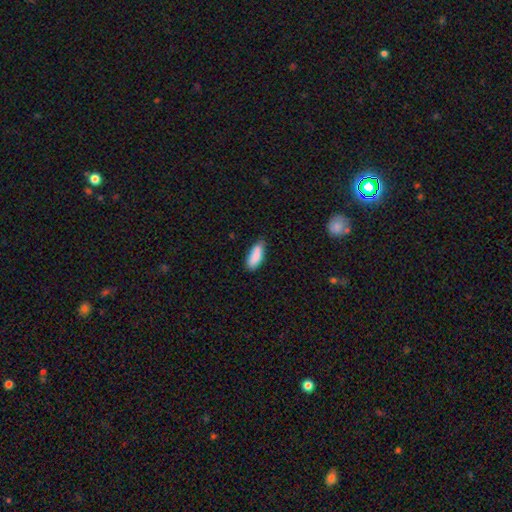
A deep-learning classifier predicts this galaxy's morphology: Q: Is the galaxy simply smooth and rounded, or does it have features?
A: smooth — 87%.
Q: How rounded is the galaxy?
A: in between — 73%.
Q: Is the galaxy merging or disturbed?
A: none — 73%.